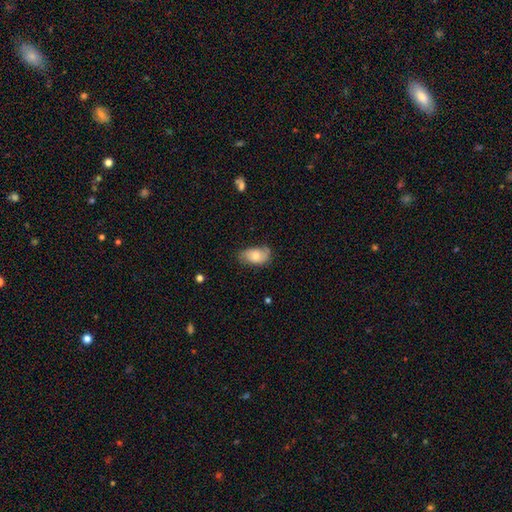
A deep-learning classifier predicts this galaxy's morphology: A smooth galaxy with no disk features (62%) that is in between round and cigar-shaped (91%).

Vote fractions:
- Smooth or featured? smooth: 62% / featured or disk: 31% / star or artifact: 7%
- How rounded? in between: 91% / round: 7% / cigar-shaped: 2%
- Merging? none: 60% / minor disturbance: 30% / major disturbance: 8% / merger: 2%